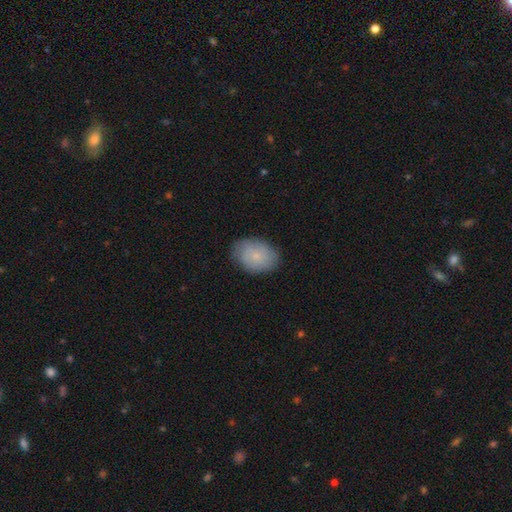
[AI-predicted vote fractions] Smooth or featured: smooth — 70% (featured or disk — 23%)
How rounded: in between — 74% (round — 24%)
Merging: none — 78% (minor disturbance — 17%)